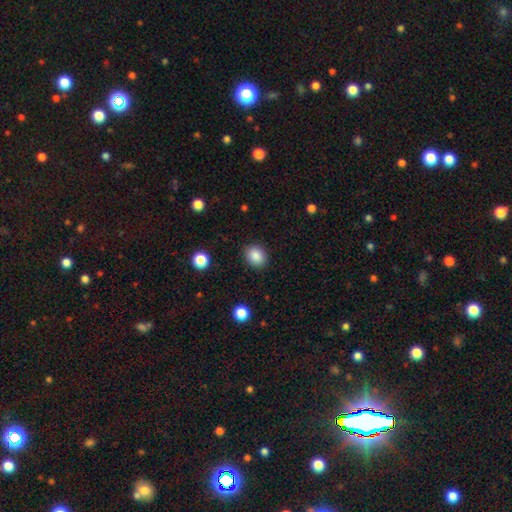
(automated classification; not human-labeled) This appears to be a smooth galaxy with no disk features (87%) that is round (51%). Merging: none (88%).